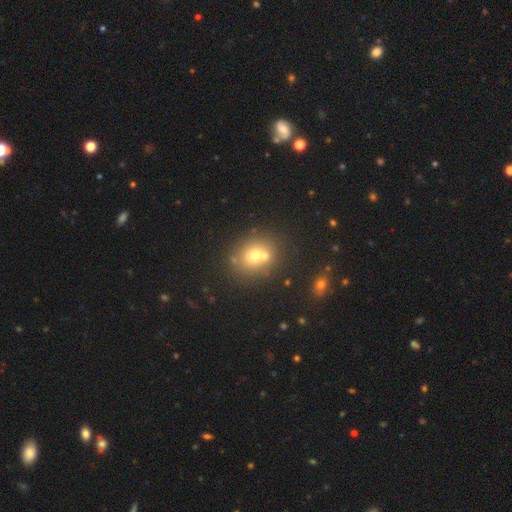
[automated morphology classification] type=smooth (66%); roundness=round (70%); merging=none (51%).